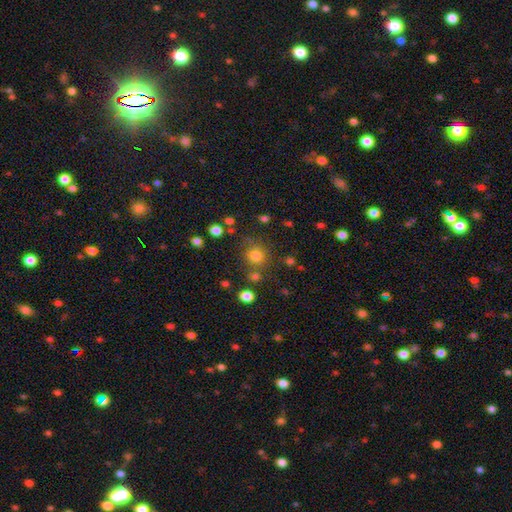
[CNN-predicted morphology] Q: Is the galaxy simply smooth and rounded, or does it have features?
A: smooth — 78%.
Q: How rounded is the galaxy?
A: round — 87%.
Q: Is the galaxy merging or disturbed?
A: none — 74%.